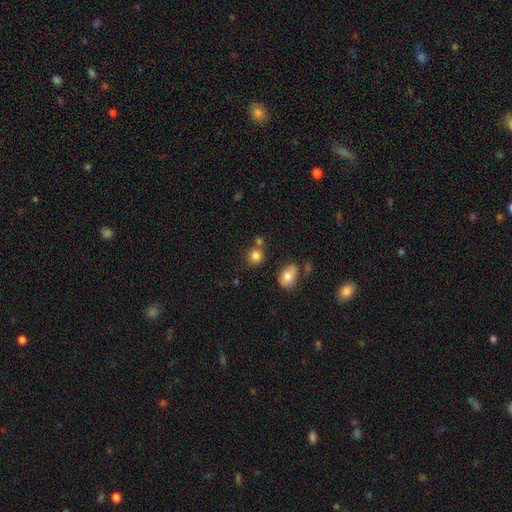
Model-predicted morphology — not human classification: A smooth galaxy with no disk features (83%) that is round (76%).

Vote fractions:
- Smooth or featured? smooth: 83% / star or artifact: 11% / featured or disk: 6%
- How rounded? round: 76% / in between: 23% / cigar-shaped: 1%
- Merging? none: 67% / merger: 18% / minor disturbance: 12% / major disturbance: 4%